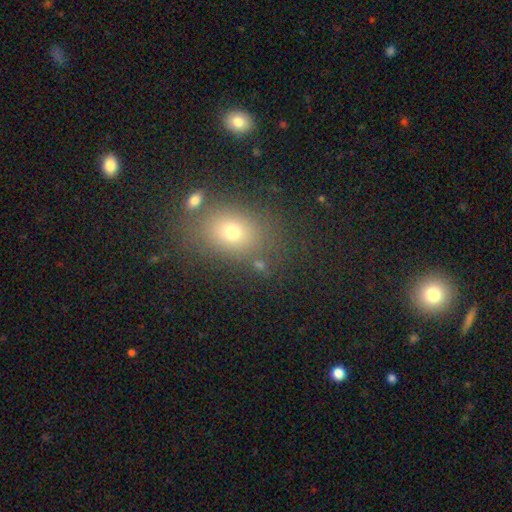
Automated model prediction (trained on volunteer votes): Smooth or featured? smooth (63%)
How rounded? in between (60%)
Merging? none (80%)